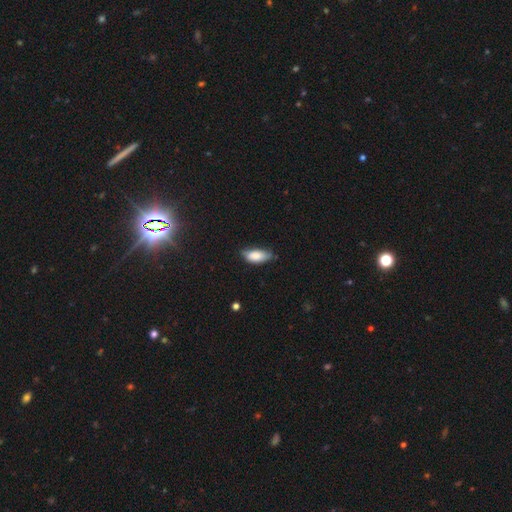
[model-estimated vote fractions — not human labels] smooth-or-featured: smooth: 84% | featured or disk: 9% | star or artifact: 7%
  how-rounded: in between: 87% | cigar-shaped: 11% | round: 2%
  merging: none: 59% | minor disturbance: 33% | major disturbance: 6% | merger: 2%